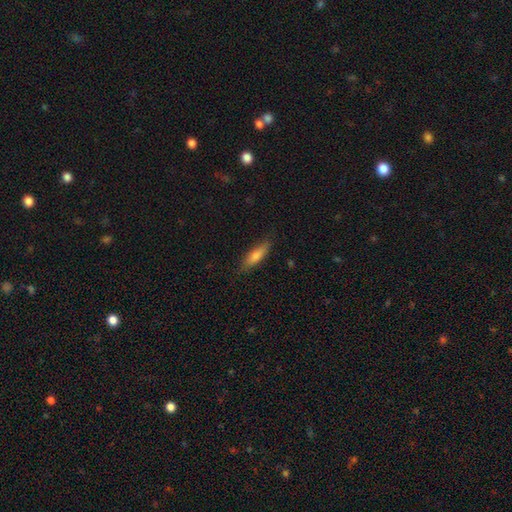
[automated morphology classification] Smooth or featured: smooth — 75% (featured or disk — 18%)
How rounded: cigar-shaped — 58% (in between — 40%)
Merging: none — 82% (minor disturbance — 14%)